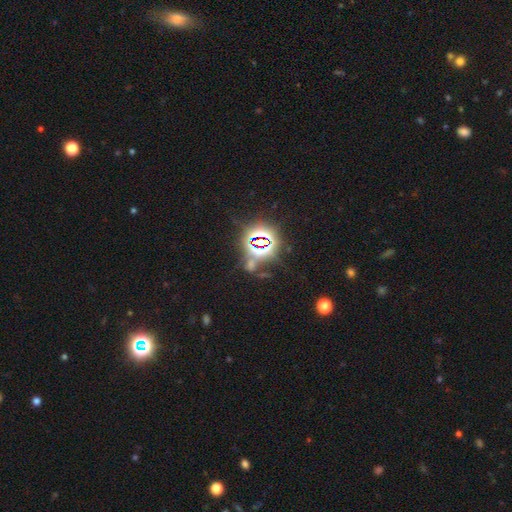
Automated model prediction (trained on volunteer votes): The model was most divided on "smooth or featured": star or artifact: 77%, smooth: 14%, featured or disk: 9%.